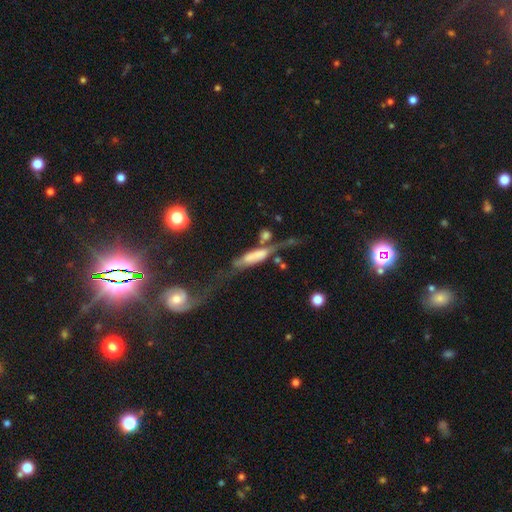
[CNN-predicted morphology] type=featured or disk (48%); merging=major disturbance (31%).